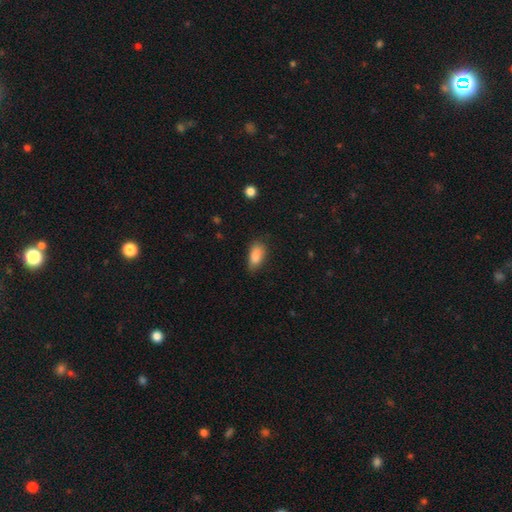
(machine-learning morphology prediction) A smooth galaxy with no disk features (87%) that is in between round and cigar-shaped (88%). Merging: none (72%).